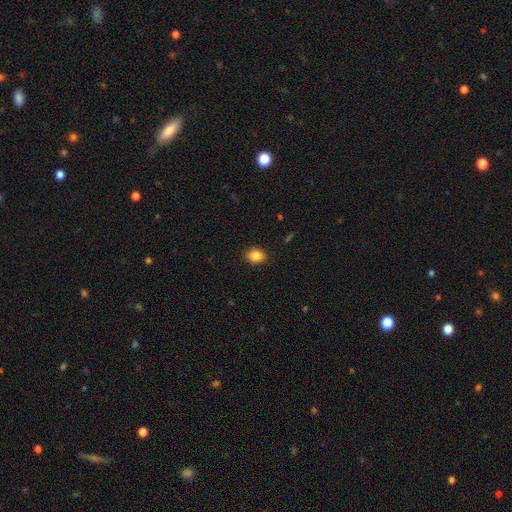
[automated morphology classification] The model was most divided on "how rounded": round: 55%, in between: 44%, cigar-shaped: 1%. More confident: merging — none (88%); smooth or featured — smooth (85%).